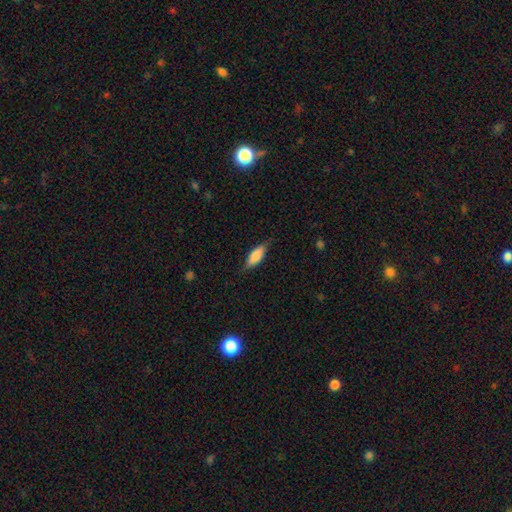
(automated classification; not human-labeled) This is clearly a smooth galaxy (81%). How rounded: likely in between (71%). Merging: likely none (77%).